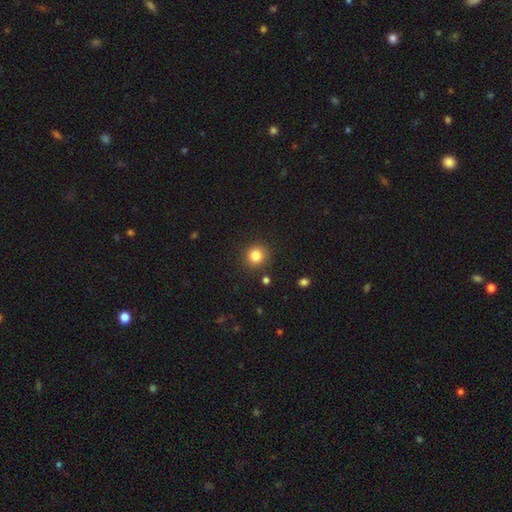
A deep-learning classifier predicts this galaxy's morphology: Smooth or featured?
  - smooth: 83% *
  - star or artifact: 12%
  - featured or disk: 6%
How rounded?
  - round: 91% *
  - in between: 8%
  - cigar-shaped: 1%
Merging?
  - none: 89% *
  - minor disturbance: 7%
  - major disturbance: 2%
  - merger: 2%